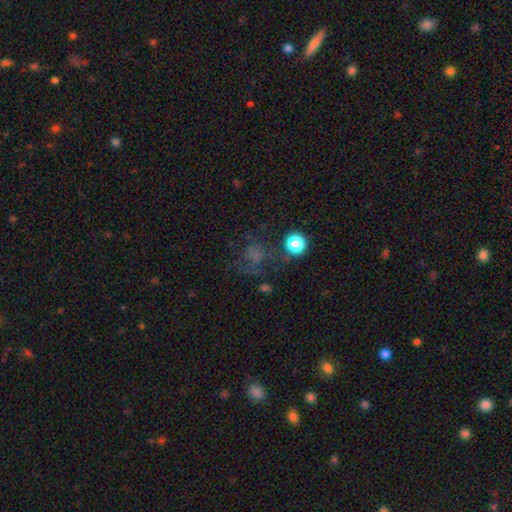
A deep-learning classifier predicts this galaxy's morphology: smooth-or-featured: smooth: 47% | star or artifact: 31% | featured or disk: 22%
  merging: none: 52% | major disturbance: 25% | minor disturbance: 17% | merger: 6%